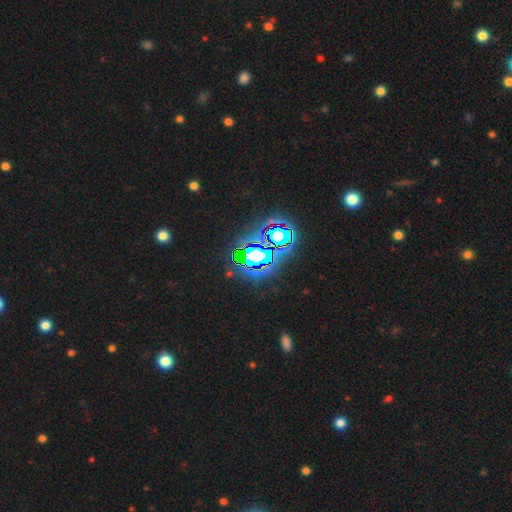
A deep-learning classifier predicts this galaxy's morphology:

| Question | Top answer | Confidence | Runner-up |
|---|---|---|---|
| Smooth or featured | star or artifact | 70% | featured or disk (16%) |